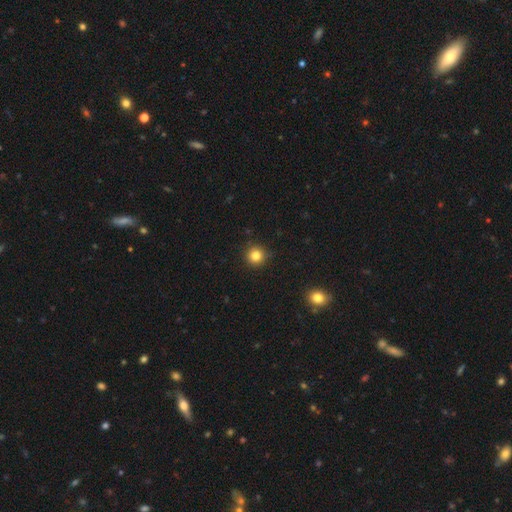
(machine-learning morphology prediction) A smooth galaxy with no disk features (82%) that is round (95%). Merging: none (90%).